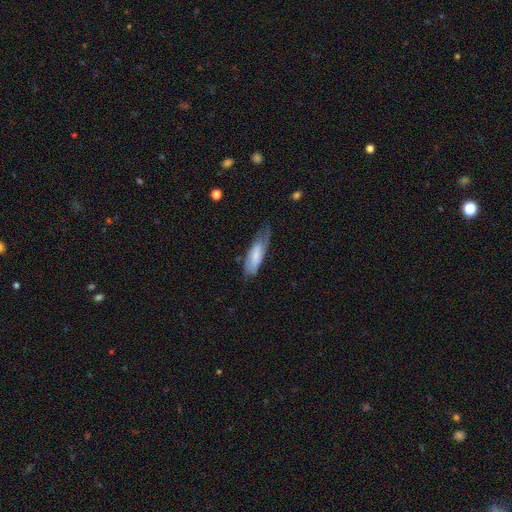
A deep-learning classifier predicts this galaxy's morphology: This is possibly a smooth galaxy (57%). How rounded: possibly in between (60%). Merging: possibly none (45%).